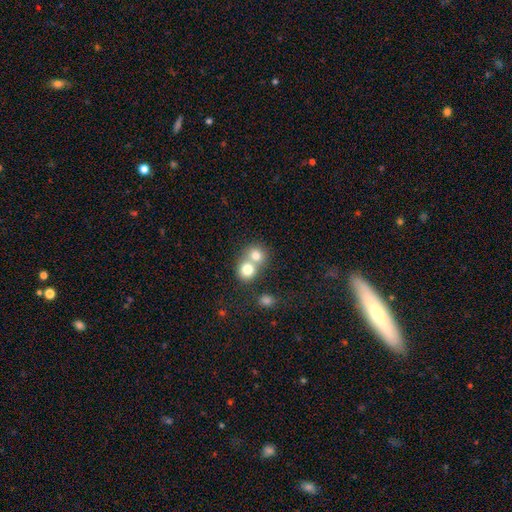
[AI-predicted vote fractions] Q: Smooth or featured?
A: smooth (77%); runner-up: featured or disk (13%)
Q: How rounded?
A: round (79%); runner-up: in between (20%)
Q: Merging?
A: merger (62%); runner-up: none (31%)